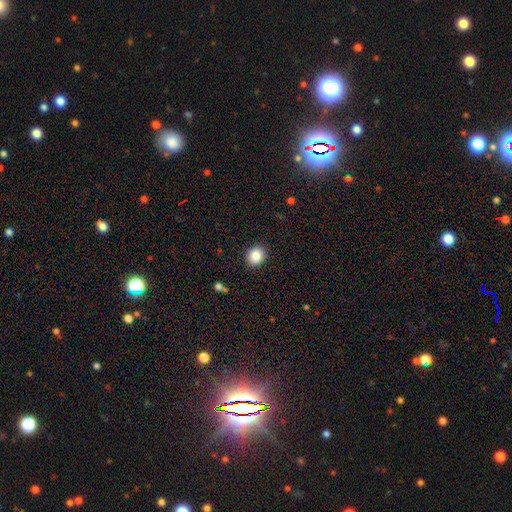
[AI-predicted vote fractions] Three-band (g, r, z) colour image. It shows a smooth galaxy with no disk features (86%) that is round (69%). Merging: none (91%).